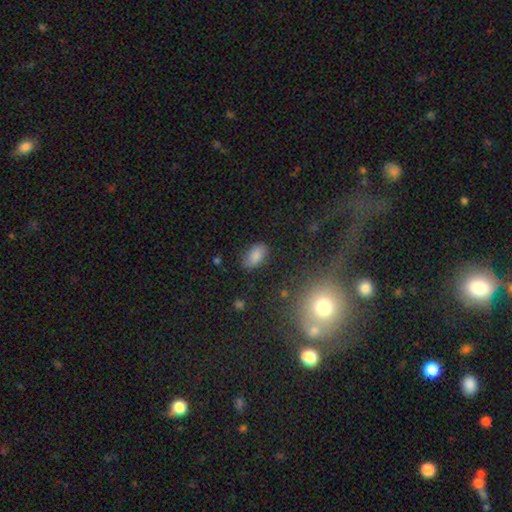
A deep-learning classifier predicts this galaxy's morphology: This appears to be a smooth galaxy with no disk features (84%) that is in between round and cigar-shaped (93%). Merging: none (82%).